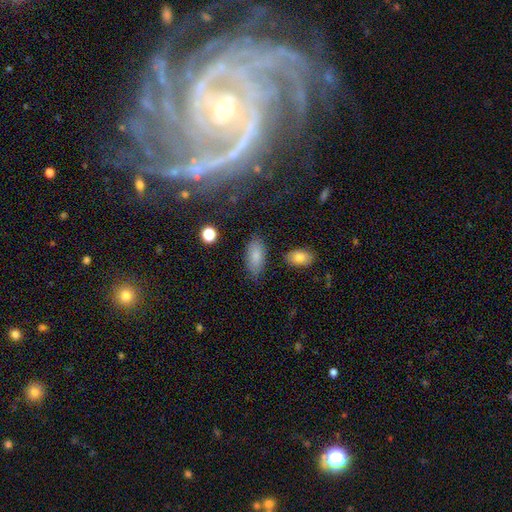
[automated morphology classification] This appears to be a smooth galaxy with no disk features (82%) that is in between round and cigar-shaped (91%). Merging: none (76%).